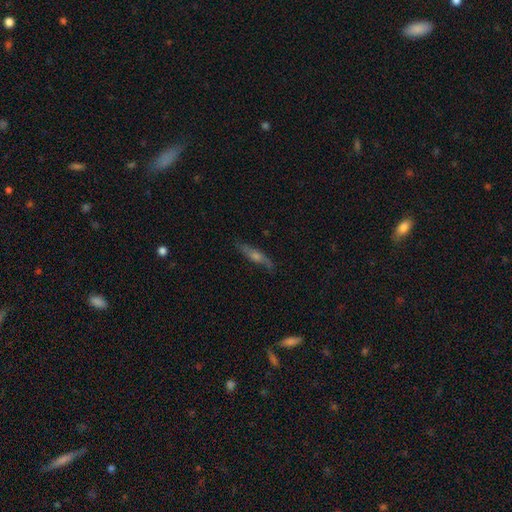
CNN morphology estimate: Overall: featured or disk (62%; smooth 28%). Edge-on disk: yes (77%). Merging: none (79%).